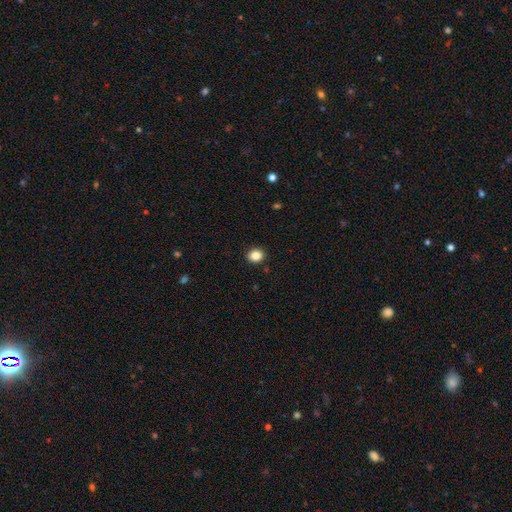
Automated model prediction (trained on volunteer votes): smooth-or-featured: smooth: 85% | star or artifact: 11% | featured or disk: 4%
  how-rounded: round: 78% | in between: 21% | cigar-shaped: 1%
  merging: none: 92% | minor disturbance: 5% | major disturbance: 2% | merger: 1%